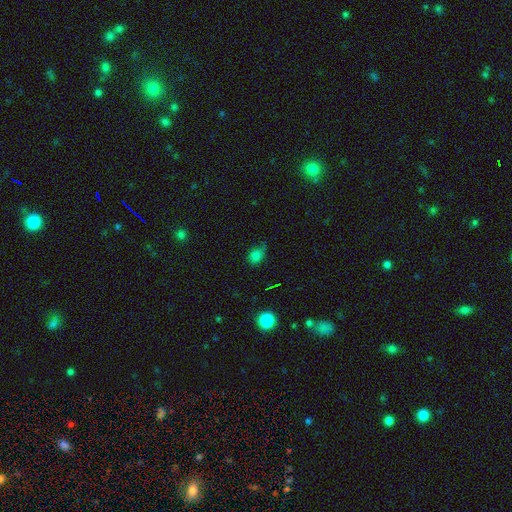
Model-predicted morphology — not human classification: Overall: smooth (78%). How rounded: in between (55%; round 43%). Merging: none (52%; minor disturbance 35%).